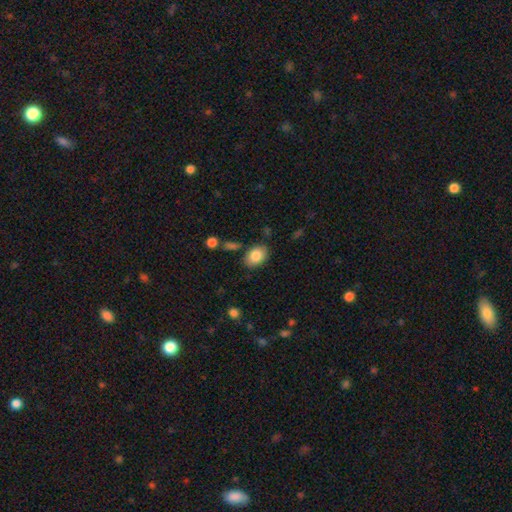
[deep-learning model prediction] Overall: smooth (83%). How rounded: in between (81%). Merging: none (82%).